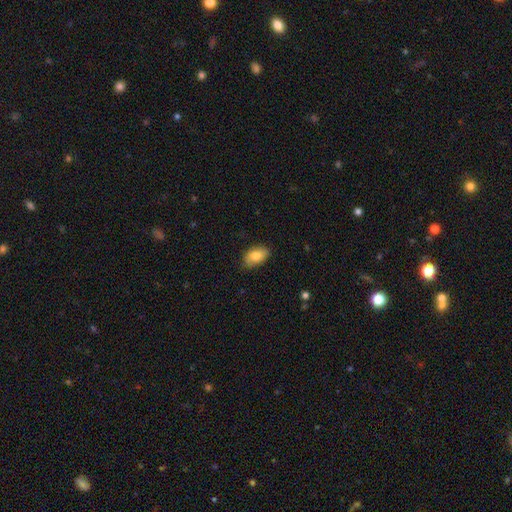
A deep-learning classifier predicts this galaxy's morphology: Overall: smooth (80%). How rounded: in between (91%). Merging: none (82%).